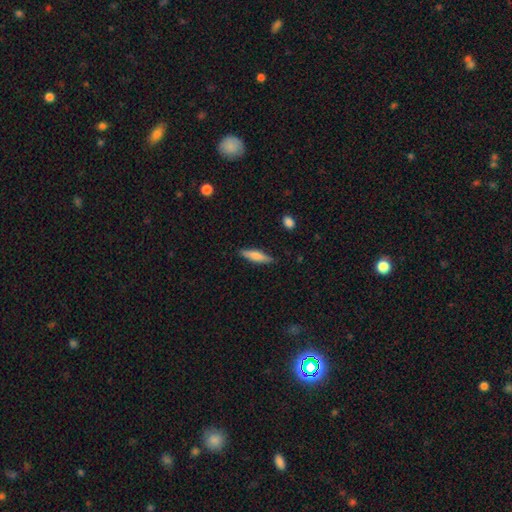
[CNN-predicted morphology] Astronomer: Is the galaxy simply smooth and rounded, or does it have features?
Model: smooth — 67%.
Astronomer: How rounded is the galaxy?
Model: cigar-shaped — 75%.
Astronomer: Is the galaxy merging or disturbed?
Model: none — 86%.